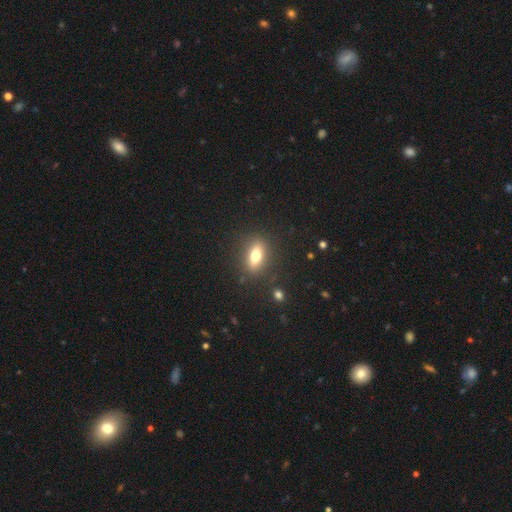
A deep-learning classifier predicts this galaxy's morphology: This is likely a smooth galaxy (70%). How rounded: likely in between (71%). Merging: clearly none (86%).